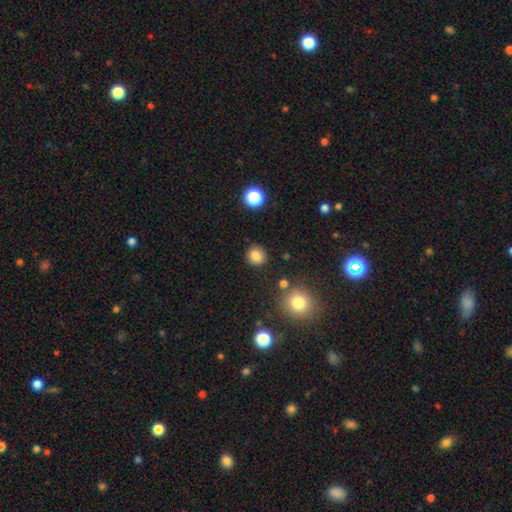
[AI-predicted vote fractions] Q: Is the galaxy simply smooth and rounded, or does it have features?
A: smooth — 82%.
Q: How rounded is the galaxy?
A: round — 86%.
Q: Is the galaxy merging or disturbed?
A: none — 87%.